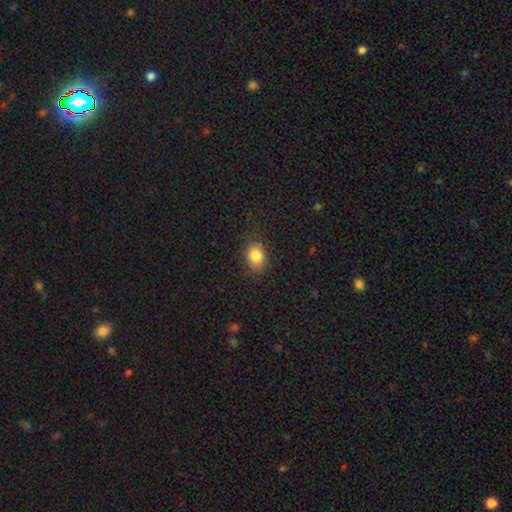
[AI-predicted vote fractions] Smooth or featured? Predicted: smooth (p=0.85). How rounded? Predicted: in between (p=0.59). Merging? Predicted: none (p=0.83).